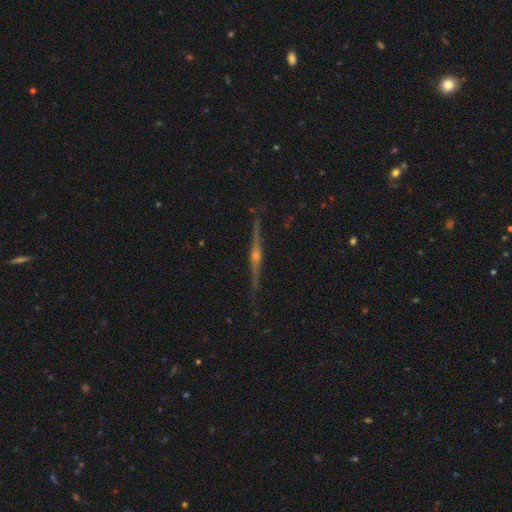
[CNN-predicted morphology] Smooth or featured?
  - featured or disk: 88% *
  - smooth: 6%
  - star or artifact: 6%
Edge-on disk?
  - yes: 98% *
  - no: 2%
Edge-on bulge?
  - rounded: 92% *
  - boxy: 4%
  - none: 4%
Merging?
  - none: 90% *
  - minor disturbance: 7%
  - major disturbance: 1%
  - merger: 1%